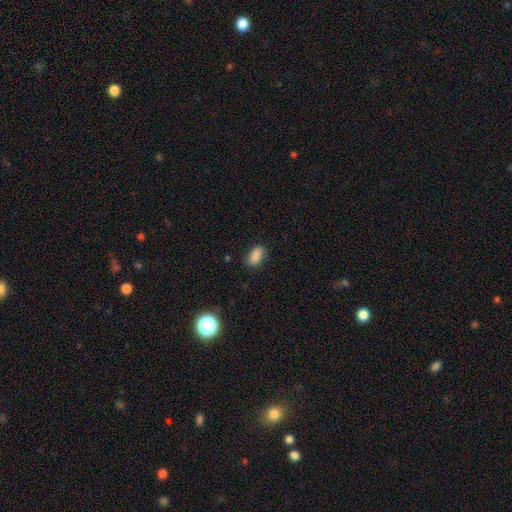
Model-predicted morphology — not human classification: A smooth galaxy with no disk features (85%) that is in between round and cigar-shaped (89%). Merging: none (80%).